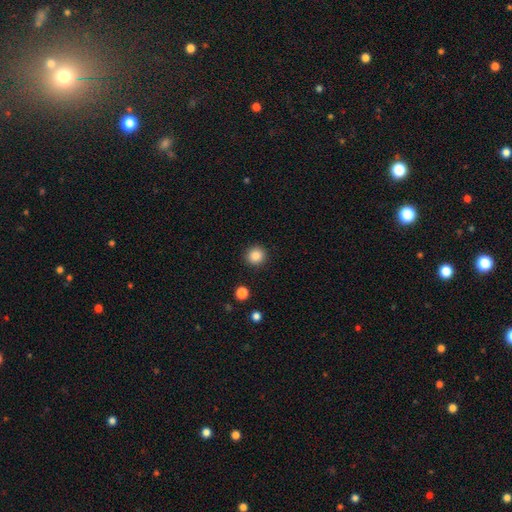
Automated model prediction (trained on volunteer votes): Overall: smooth (87%). How rounded: round (92%). Merging: none (91%).